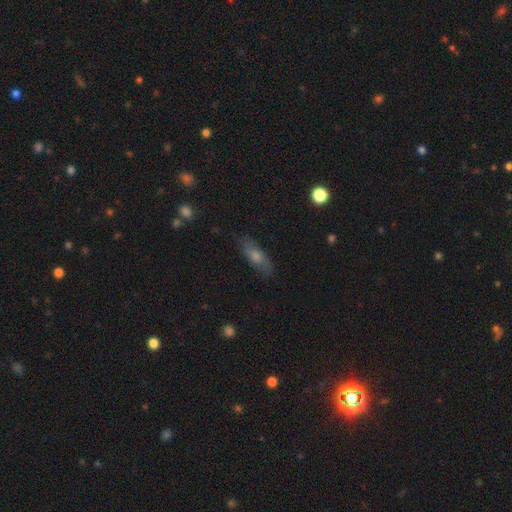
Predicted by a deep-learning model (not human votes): Q: Smooth or featured?
A: smooth (50%); runner-up: featured or disk (39%)
Q: Merging?
A: none (79%); runner-up: minor disturbance (15%)